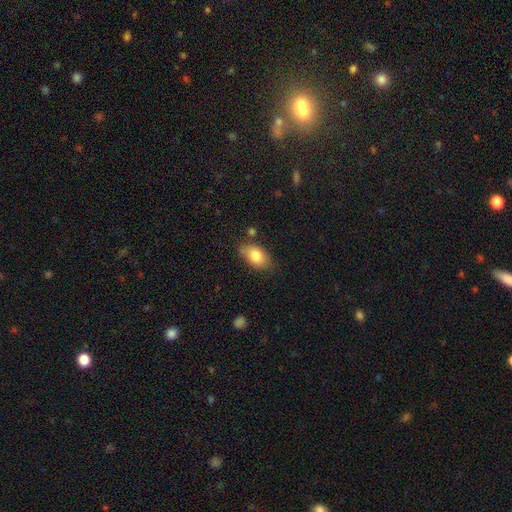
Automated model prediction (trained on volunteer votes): Smooth or featured? smooth (82%)
How rounded? in between (89%)
Merging? none (71%)